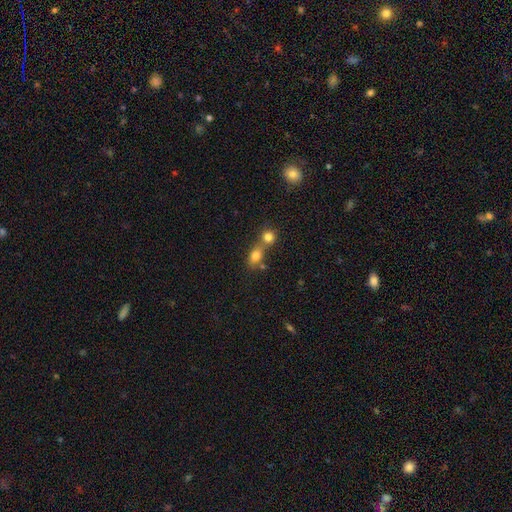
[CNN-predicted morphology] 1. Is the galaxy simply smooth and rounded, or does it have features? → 78% smooth, 12% star or artifact, 10% featured or disk.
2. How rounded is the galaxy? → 55% in between, 42% round, 3% cigar-shaped.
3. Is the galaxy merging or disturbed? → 56% merger, 33% none, 7% minor disturbance, 3% major disturbance.